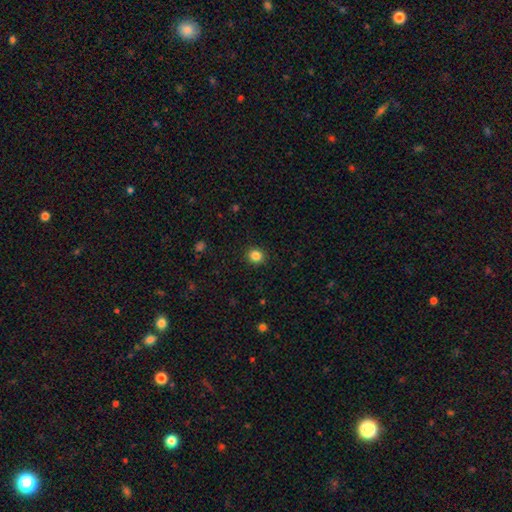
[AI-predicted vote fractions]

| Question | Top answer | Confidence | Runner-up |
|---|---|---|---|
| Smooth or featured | smooth | 84% | star or artifact (12%) |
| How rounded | round | 88% | in between (11%) |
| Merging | none | 92% | minor disturbance (6%) |